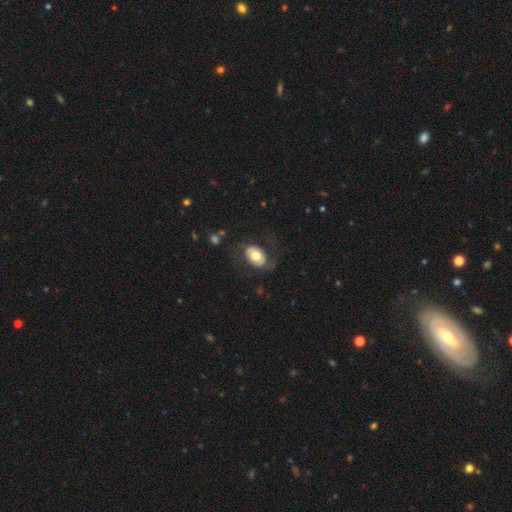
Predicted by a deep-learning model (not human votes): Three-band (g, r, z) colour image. It shows a smooth galaxy with no disk features (56%) that is in between round and cigar-shaped (80%). Merging: none (66%).